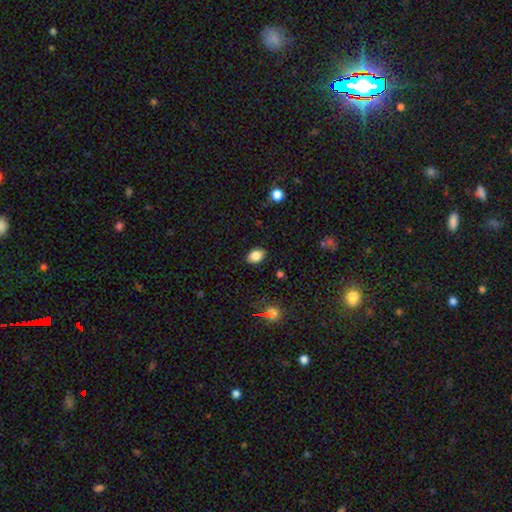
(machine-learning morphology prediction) This appears to be a smooth galaxy with no disk features (83%) that is in between round and cigar-shaped (78%). Merging: none (87%).